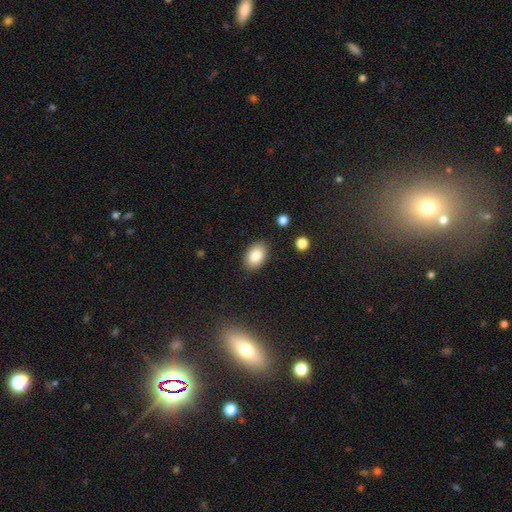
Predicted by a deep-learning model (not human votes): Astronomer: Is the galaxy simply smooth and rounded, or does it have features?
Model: smooth — 84%.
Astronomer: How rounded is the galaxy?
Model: in between — 88%.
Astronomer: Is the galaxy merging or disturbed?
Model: none — 85%.